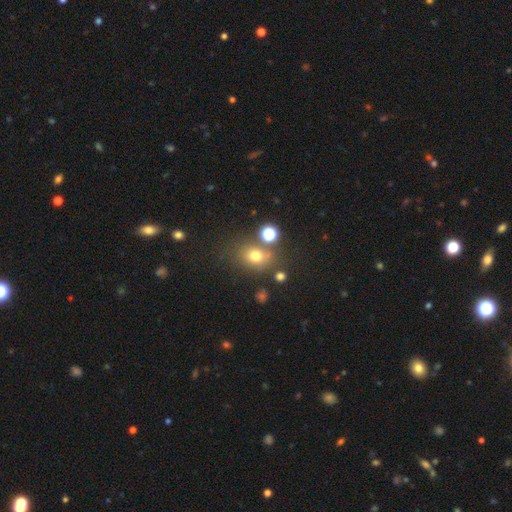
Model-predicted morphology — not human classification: smooth 70%, star or artifact 19%, featured or disk 11%. Down the decision tree: how rounded — round (60%); merging — none (68%).